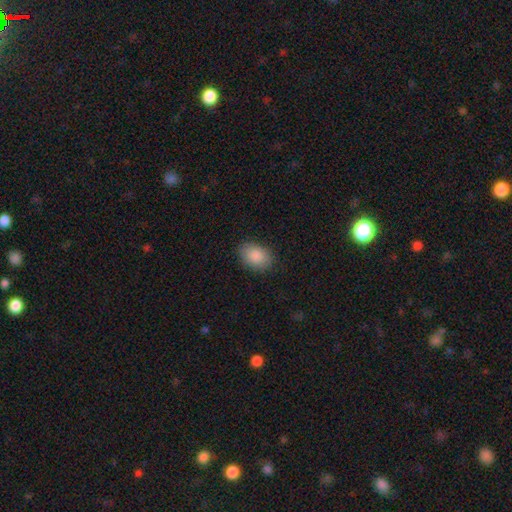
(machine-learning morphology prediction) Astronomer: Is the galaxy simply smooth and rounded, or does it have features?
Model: smooth — 88%.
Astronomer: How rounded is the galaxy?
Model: in between — 82%.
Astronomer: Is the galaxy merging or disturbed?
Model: none — 86%.